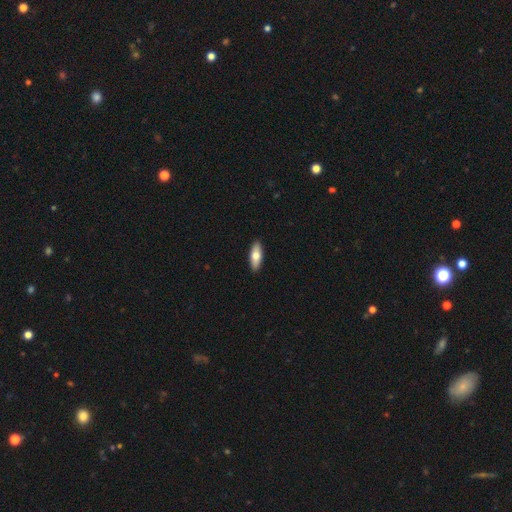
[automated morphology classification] A smooth galaxy with no disk features (71%) that is in between round and cigar-shaped (69%).

Vote fractions:
- Smooth or featured? smooth: 71% / featured or disk: 23% / star or artifact: 6%
- How rounded? in between: 69% / cigar-shaped: 28% / round: 2%
- Merging? none: 91% / minor disturbance: 6% / major disturbance: 1% / merger: 1%